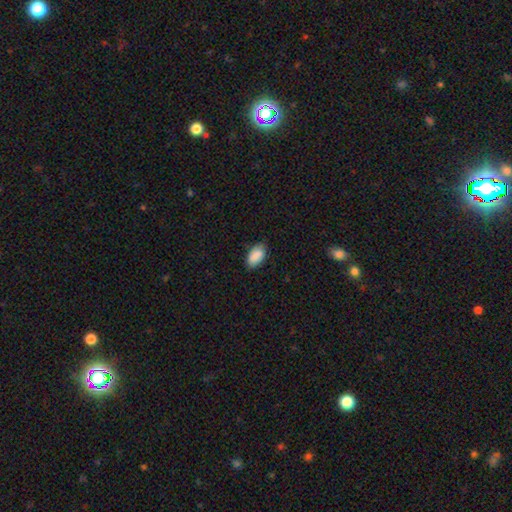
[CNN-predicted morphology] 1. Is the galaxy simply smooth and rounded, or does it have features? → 89% smooth, 7% star or artifact, 4% featured or disk.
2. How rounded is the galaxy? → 94% in between, 4% round, 3% cigar-shaped.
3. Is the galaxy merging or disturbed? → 80% none, 16% minor disturbance, 3% major disturbance, 1% merger.